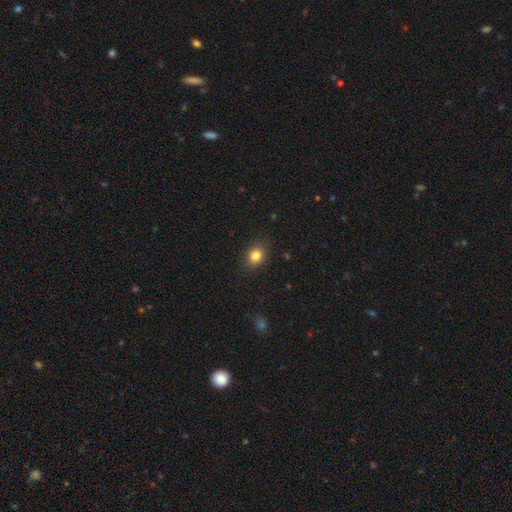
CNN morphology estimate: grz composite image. It shows a smooth galaxy with no disk features (83%) that is round (56%). Merging: none (87%).